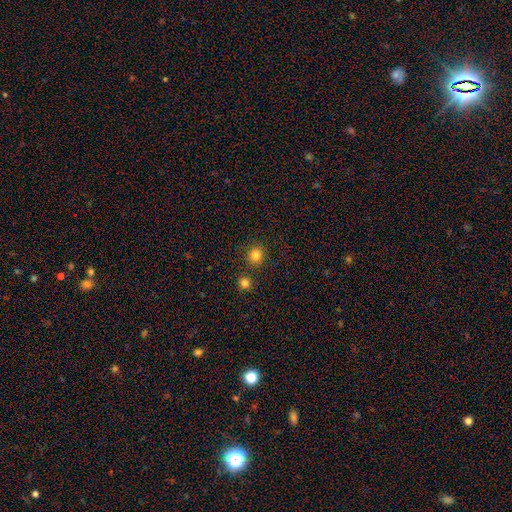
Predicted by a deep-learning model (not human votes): Smooth or featured? smooth (82%)
How rounded? round (91%)
Merging? none (85%)